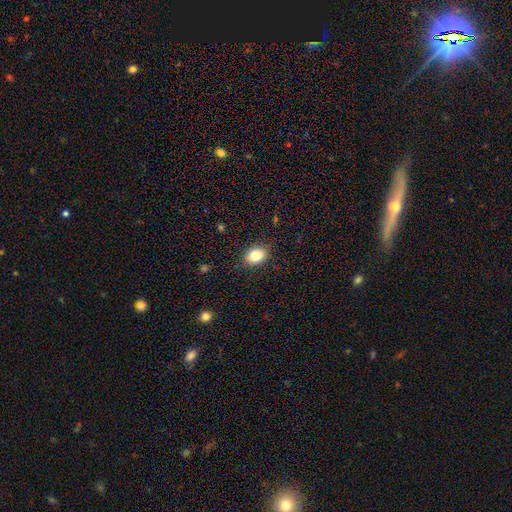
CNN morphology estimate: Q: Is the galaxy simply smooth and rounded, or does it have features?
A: smooth — 83%.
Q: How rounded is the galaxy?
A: in between — 79%.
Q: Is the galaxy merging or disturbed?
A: none — 87%.